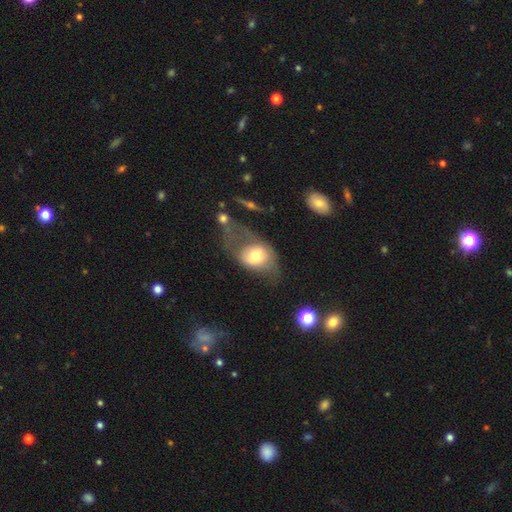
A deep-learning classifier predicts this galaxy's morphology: This appears to be a smooth galaxy with no disk features (58%) that is in between round and cigar-shaped (70%). Merging: major disturbance (46%).